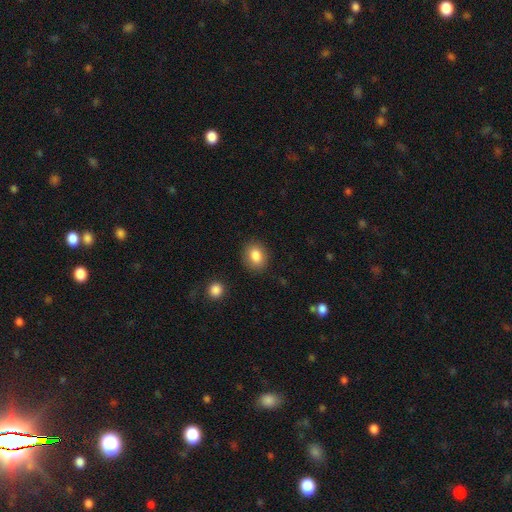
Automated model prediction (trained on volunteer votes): Smooth or featured: smooth — 85% (star or artifact — 9%)
How rounded: in between — 50% (round — 49%)
Merging: none — 86% (minor disturbance — 9%)